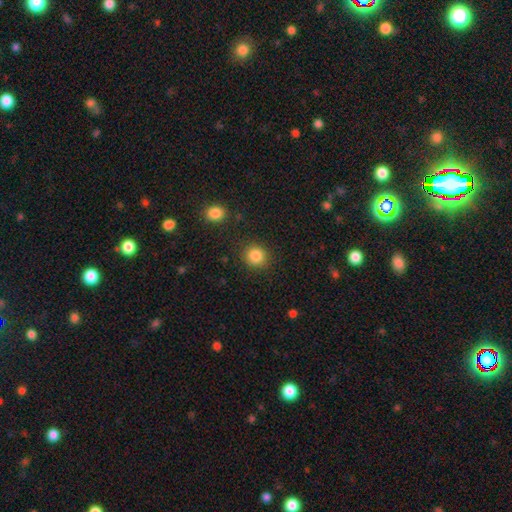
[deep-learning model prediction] Smooth or featured?
  - smooth: 86% *
  - star or artifact: 10%
  - featured or disk: 4%
How rounded?
  - round: 90% *
  - in between: 10%
  - cigar-shaped: 1%
Merging?
  - none: 88% *
  - minor disturbance: 7%
  - major disturbance: 3%
  - merger: 2%